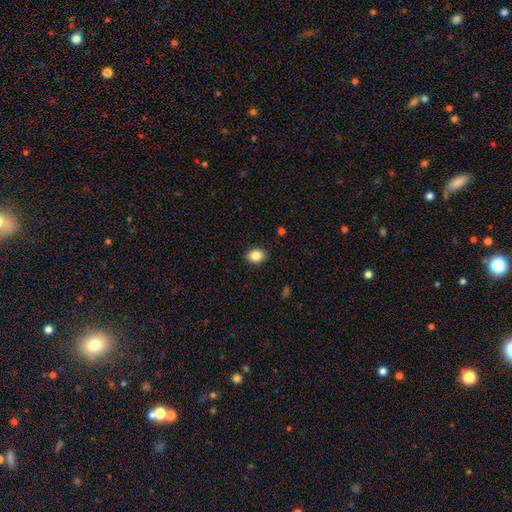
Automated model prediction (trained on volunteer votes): A smooth galaxy with no disk features (85%) that is in between round and cigar-shaped (60%).

Vote fractions:
- Smooth or featured? smooth: 85% / star or artifact: 9% / featured or disk: 6%
- How rounded? in between: 60% / round: 39% / cigar-shaped: 1%
- Merging? none: 90% / minor disturbance: 7% / major disturbance: 2% / merger: 1%